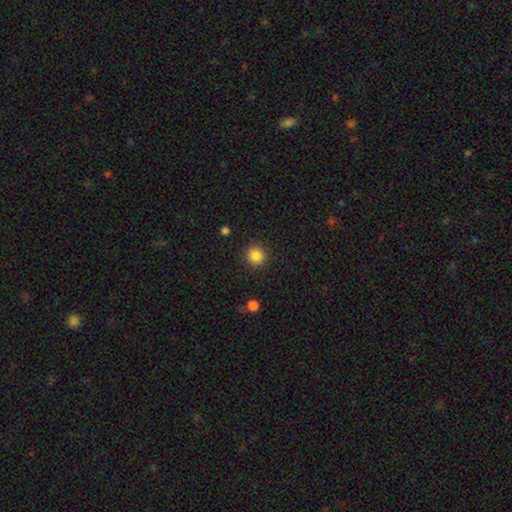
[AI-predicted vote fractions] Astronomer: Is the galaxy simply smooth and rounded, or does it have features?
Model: smooth — 85%.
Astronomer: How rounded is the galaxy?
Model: round — 93%.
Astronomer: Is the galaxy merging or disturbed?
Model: none — 90%.